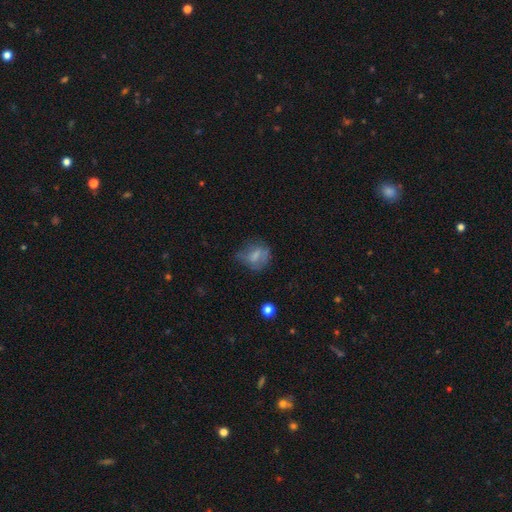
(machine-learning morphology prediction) type=smooth (61%); roundness=in between (48%, tied with round); merging=none (47%).